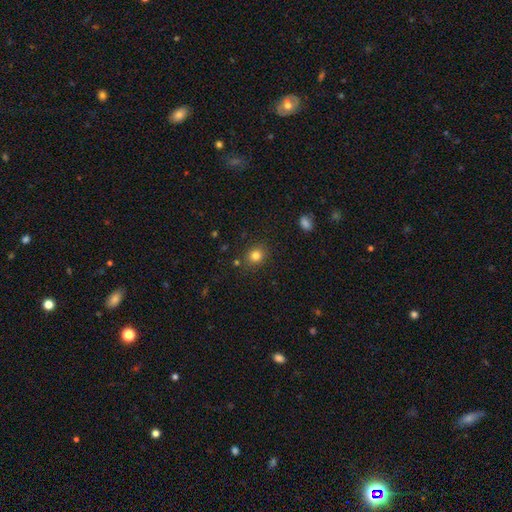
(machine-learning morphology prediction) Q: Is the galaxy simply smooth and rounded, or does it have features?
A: smooth — 81%.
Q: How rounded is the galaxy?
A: round — 74%.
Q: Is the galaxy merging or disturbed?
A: none — 84%.